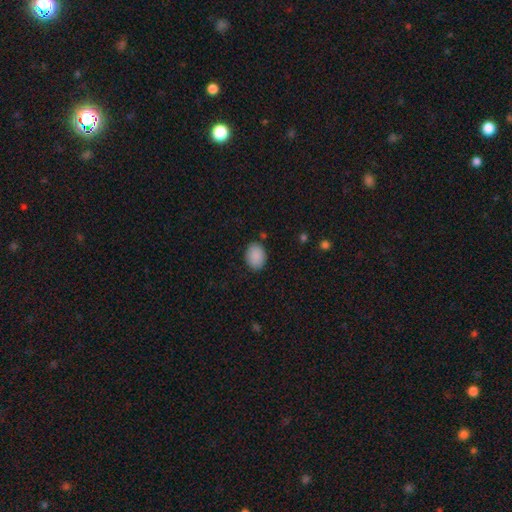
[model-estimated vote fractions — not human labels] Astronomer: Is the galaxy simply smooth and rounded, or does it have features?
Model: smooth — 89%.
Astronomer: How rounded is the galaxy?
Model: in between — 65%.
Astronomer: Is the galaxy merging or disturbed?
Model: none — 84%.